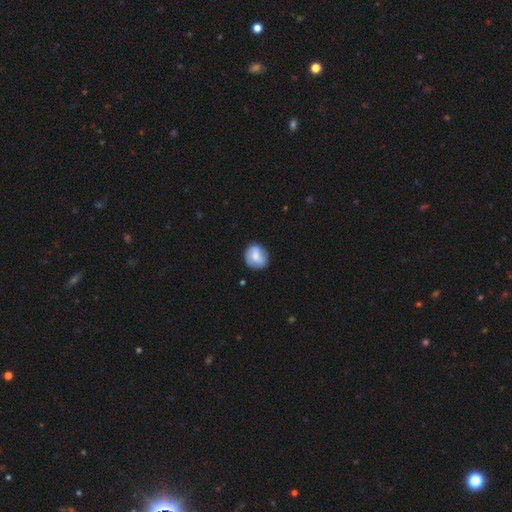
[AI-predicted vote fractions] smooth-or-featured: smooth: 62% | featured or disk: 31% | star or artifact: 7%
  how-rounded: round: 74% | in between: 25% | cigar-shaped: 1%
  merging: none: 70% | minor disturbance: 22% | major disturbance: 6% | merger: 2%